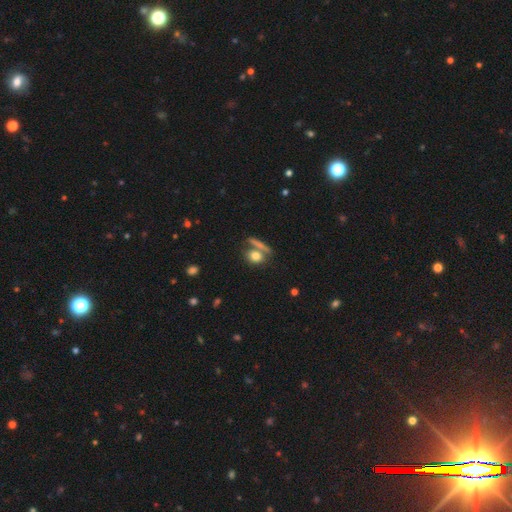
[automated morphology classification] smooth_or_featured: smooth (p=0.75) [alt: featured or disk p=0.15]
how_rounded: round (p=0.47) [alt: in between p=0.45]
merging: none (p=0.53) [alt: merger p=0.30]